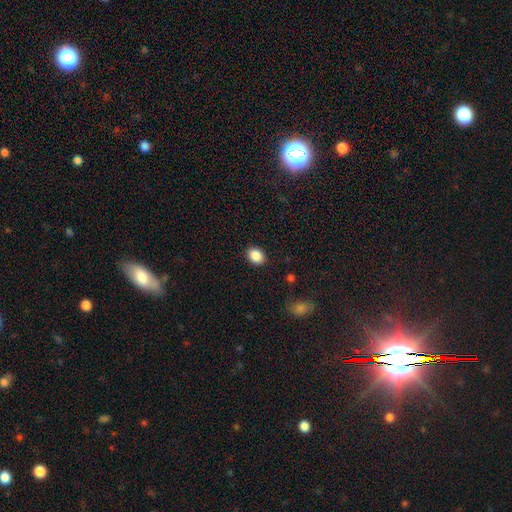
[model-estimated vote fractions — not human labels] Smooth or featured?
  - smooth: 87% *
  - star or artifact: 9%
  - featured or disk: 4%
How rounded?
  - in between: 59% *
  - round: 41%
  - cigar-shaped: 1%
Merging?
  - none: 89% *
  - minor disturbance: 8%
  - major disturbance: 2%
  - merger: 1%